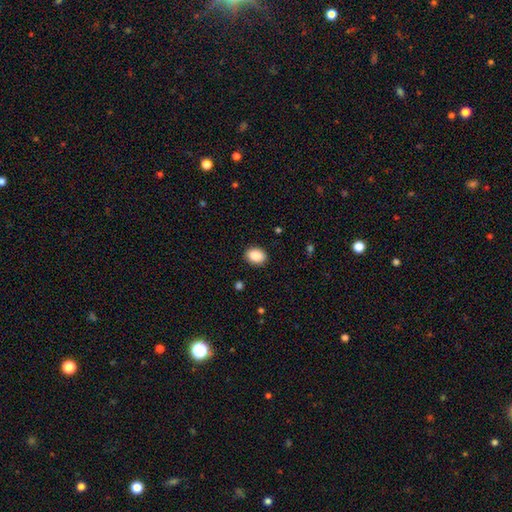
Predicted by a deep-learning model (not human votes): A smooth galaxy with no disk features (89%) that is in between round and cigar-shaped (70%).

Vote fractions:
- Smooth or featured? smooth: 89% / star or artifact: 7% / featured or disk: 3%
- How rounded? in between: 70% / round: 29% / cigar-shaped: 1%
- Merging? none: 89% / minor disturbance: 8% / major disturbance: 2% / merger: 1%